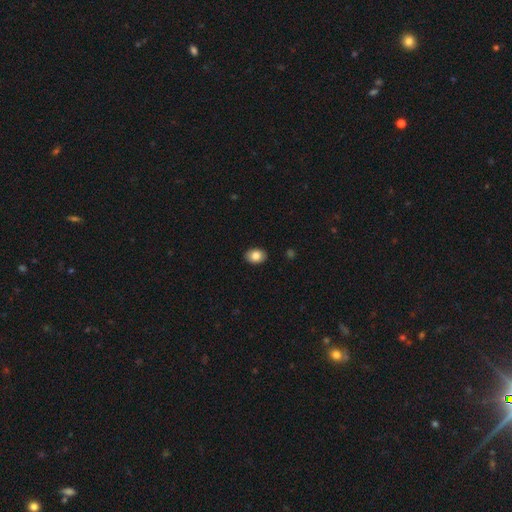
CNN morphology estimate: A smooth galaxy with no disk features (84%) that is in between round and cigar-shaped (75%).

Vote fractions:
- Smooth or featured? smooth: 84% / star or artifact: 8% / featured or disk: 8%
- How rounded? in between: 75% / round: 24% / cigar-shaped: 1%
- Merging? none: 90% / minor disturbance: 8% / major disturbance: 2% / merger: 1%